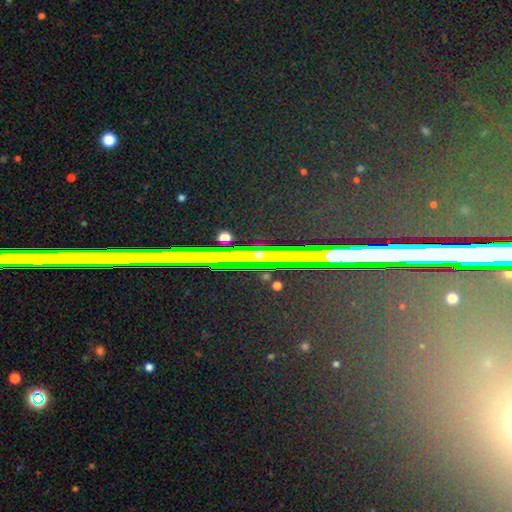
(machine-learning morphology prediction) The model was most divided on "smooth or featured": star or artifact: 71%, featured or disk: 16%, smooth: 13%.